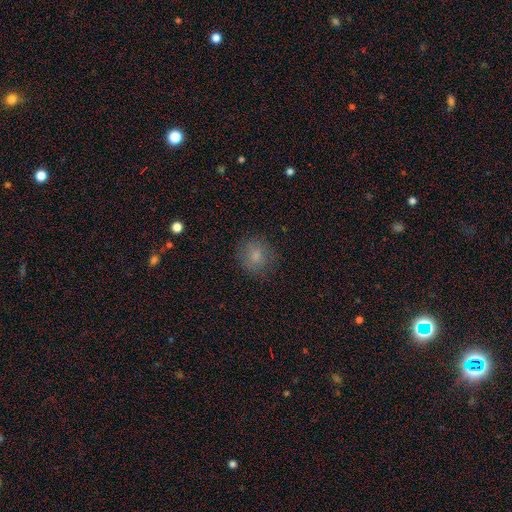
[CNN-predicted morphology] smooth_or_featured: smooth (p=0.81) [alt: star or artifact p=0.10]
how_rounded: round (p=0.82) [alt: in between p=0.17]
merging: none (p=0.82) [alt: minor disturbance p=0.13]